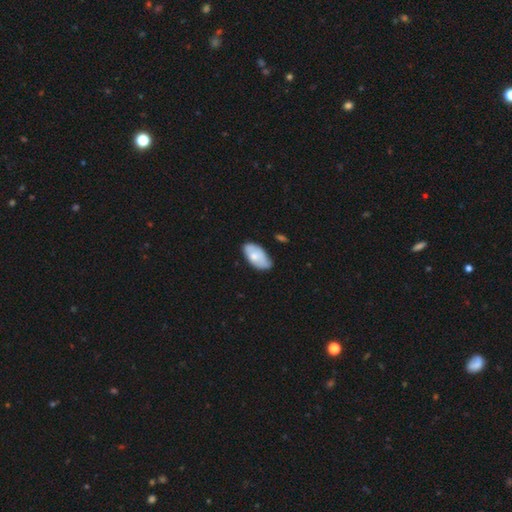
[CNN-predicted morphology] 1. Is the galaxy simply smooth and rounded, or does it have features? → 68% smooth, 26% featured or disk, 6% star or artifact.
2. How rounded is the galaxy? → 95% in between, 3% round, 2% cigar-shaped.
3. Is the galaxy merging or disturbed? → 57% none, 34% minor disturbance, 6% major disturbance, 3% merger.